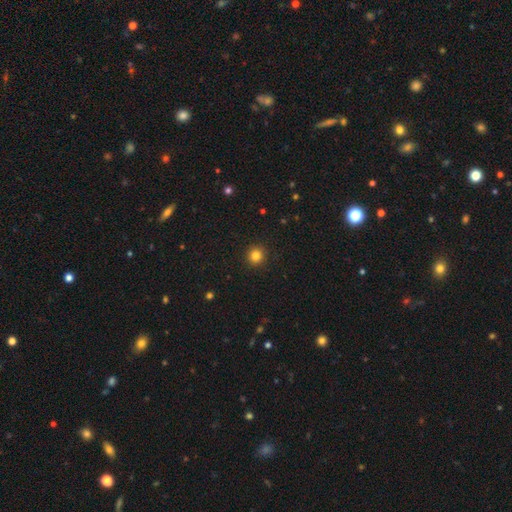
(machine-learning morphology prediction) Smooth or featured? Predicted: smooth (p=0.84). How rounded? Predicted: round (p=0.94). Merging? Predicted: none (p=0.93).